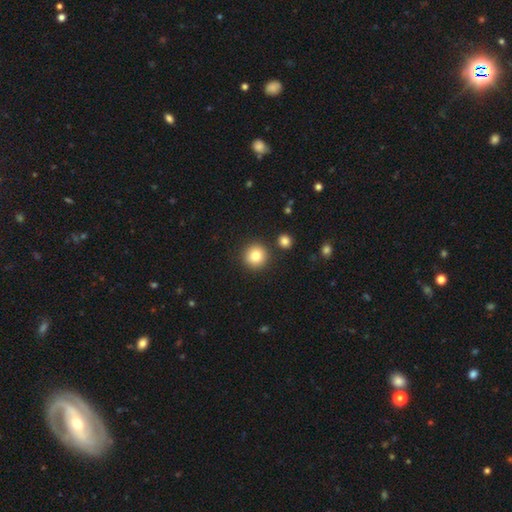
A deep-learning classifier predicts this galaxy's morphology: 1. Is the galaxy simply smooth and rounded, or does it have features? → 83% smooth, 10% star or artifact, 7% featured or disk.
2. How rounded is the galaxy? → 94% round, 5% in between, 1% cigar-shaped.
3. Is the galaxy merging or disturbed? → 87% none, 6% minor disturbance, 5% merger, 2% major disturbance.